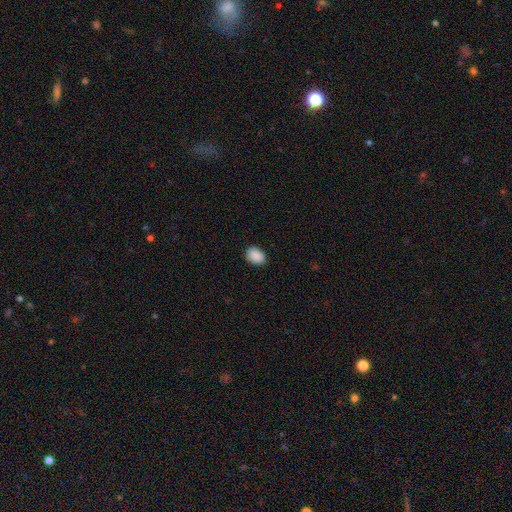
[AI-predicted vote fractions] smooth 90%, star or artifact 7%, featured or disk 3%. Down the decision tree: how rounded — in between (74%); merging — none (86%).